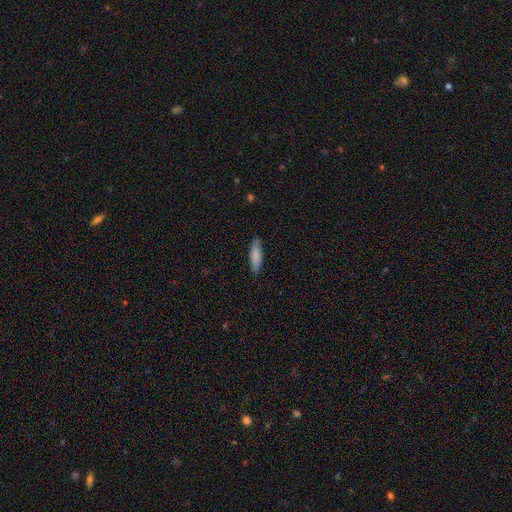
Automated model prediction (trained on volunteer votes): smooth_or_featured: smooth (p=0.83) [alt: featured or disk p=0.11]
how_rounded: cigar-shaped (p=0.60) [alt: in between p=0.39]
merging: none (p=0.84) [alt: minor disturbance p=0.13]